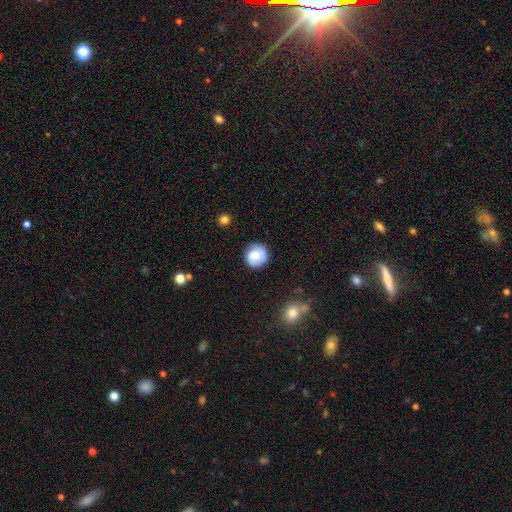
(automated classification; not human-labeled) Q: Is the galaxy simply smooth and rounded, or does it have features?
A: smooth — 60%.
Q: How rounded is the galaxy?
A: round — 91%.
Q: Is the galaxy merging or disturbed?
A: none — 83%.